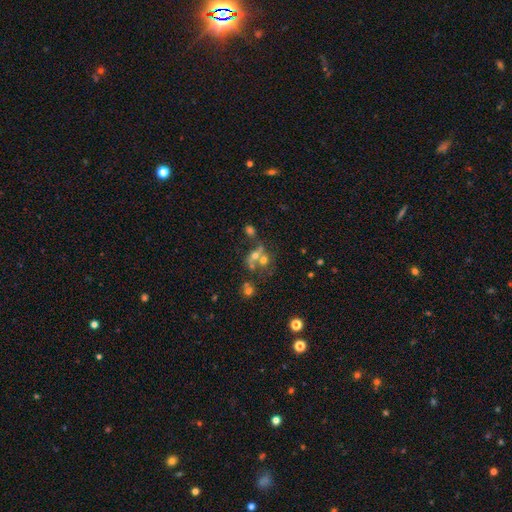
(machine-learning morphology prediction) This is marginally a smooth galaxy (44%). Merging: possibly merger (49%).